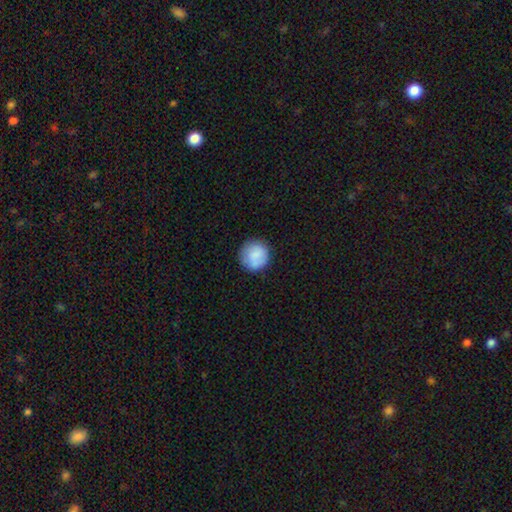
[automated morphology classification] Overall: smooth (83%). How rounded: round (93%). Merging: none (81%).